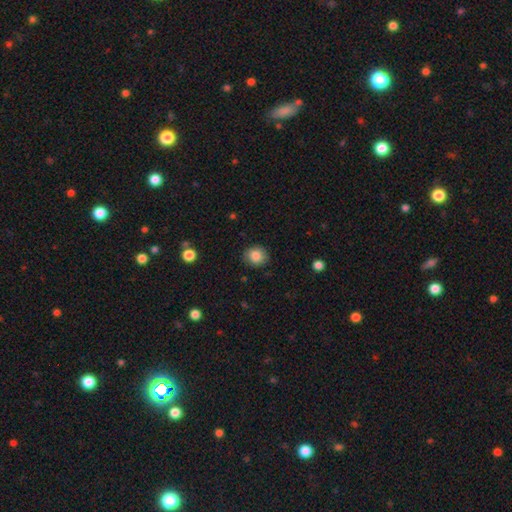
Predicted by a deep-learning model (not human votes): Q: Smooth or featured?
A: smooth (84%); runner-up: star or artifact (9%)
Q: How rounded?
A: round (80%); runner-up: in between (19%)
Q: Merging?
A: none (87%); runner-up: minor disturbance (10%)